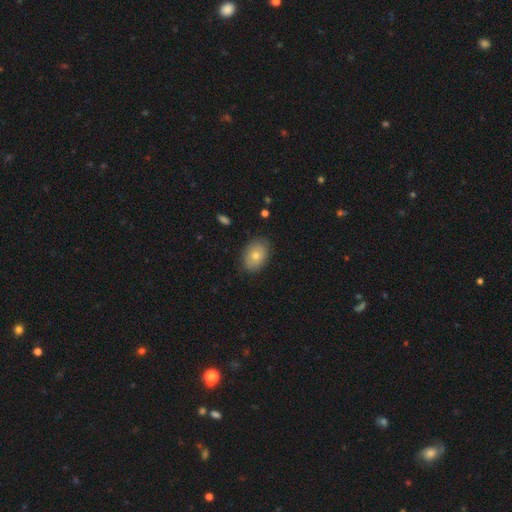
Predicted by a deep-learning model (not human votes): smooth 75%, featured or disk 18%, star or artifact 8%. Down the decision tree: how rounded — in between (78%); merging — none (83%).